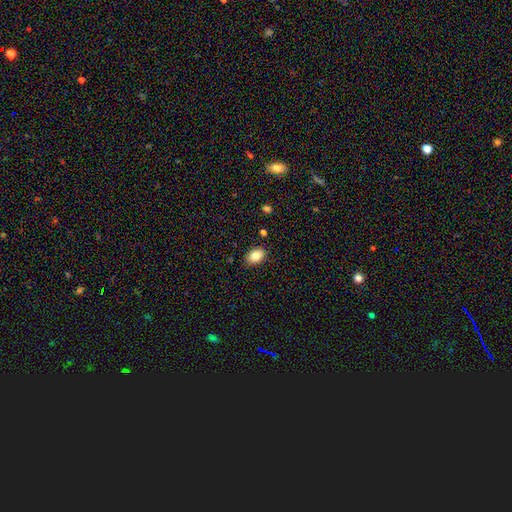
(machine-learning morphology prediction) Smooth or featured?
  - smooth: 85% *
  - star or artifact: 8%
  - featured or disk: 7%
How rounded?
  - in between: 86% *
  - round: 12%
  - cigar-shaped: 1%
Merging?
  - none: 87% *
  - minor disturbance: 10%
  - major disturbance: 2%
  - merger: 2%